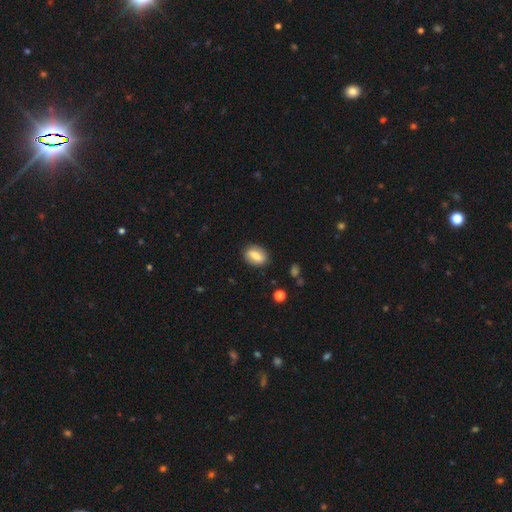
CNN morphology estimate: Overall: smooth (69%). How rounded: in between (78%). Merging: none (85%).